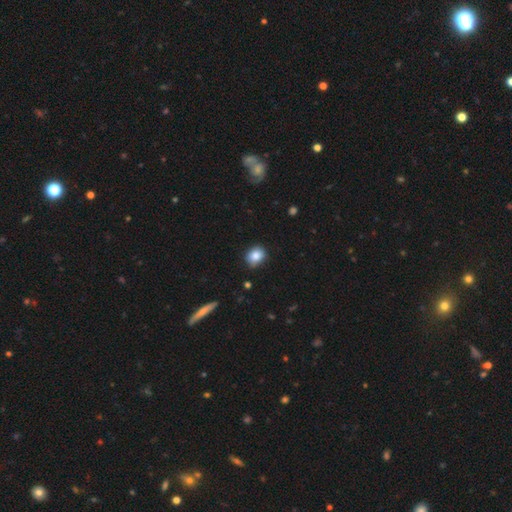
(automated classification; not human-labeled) This is clearly a smooth galaxy (85%). How rounded: possibly round (59%). Merging: clearly none (80%).